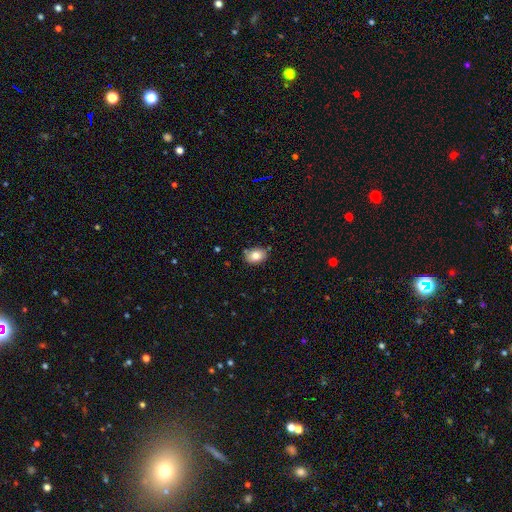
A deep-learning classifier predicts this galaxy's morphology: A smooth galaxy with no disk features (82%) that is in between round and cigar-shaped (73%). Merging: none (81%).